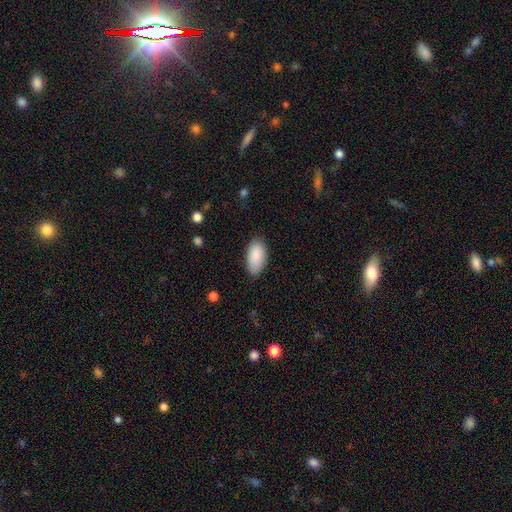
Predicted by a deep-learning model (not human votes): Smooth or featured? smooth (89%)
How rounded? in between (96%)
Merging? none (82%)